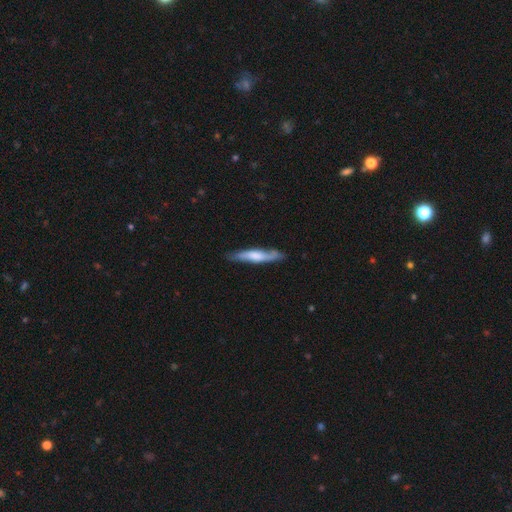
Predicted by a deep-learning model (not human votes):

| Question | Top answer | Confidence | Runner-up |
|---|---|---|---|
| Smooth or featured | smooth | 51% | featured or disk (44%) |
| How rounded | cigar-shaped | 88% | in between (10%) |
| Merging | none | 78% | minor disturbance (17%) |